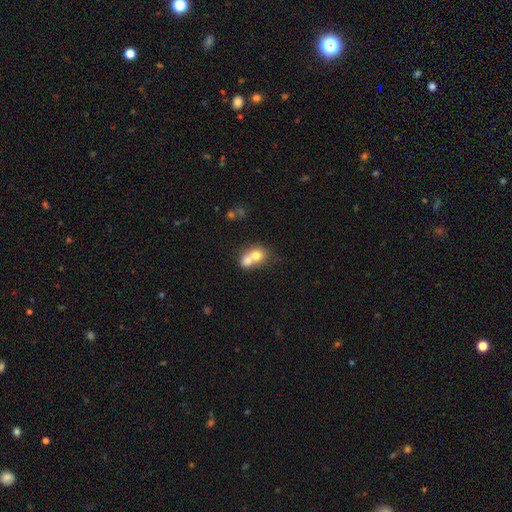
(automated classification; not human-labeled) Q: Smooth or featured?
A: smooth (70%); runner-up: featured or disk (21%)
Q: How rounded?
A: round (56%); runner-up: in between (43%)
Q: Merging?
A: merger (70%); runner-up: none (21%)